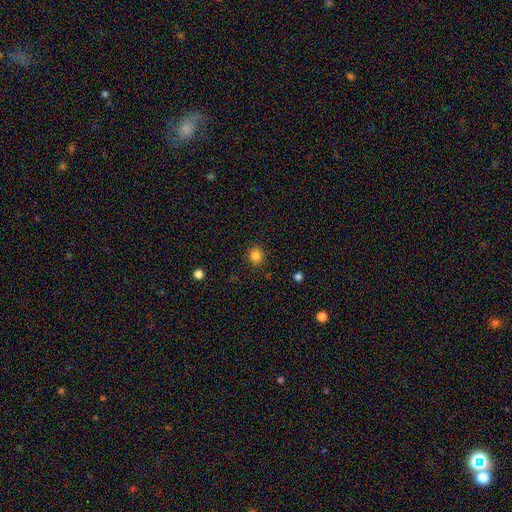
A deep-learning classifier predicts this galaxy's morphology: Smooth or featured: smooth — 84% (star or artifact — 12%)
How rounded: round — 81% (in between — 18%)
Merging: none — 88% (minor disturbance — 8%)